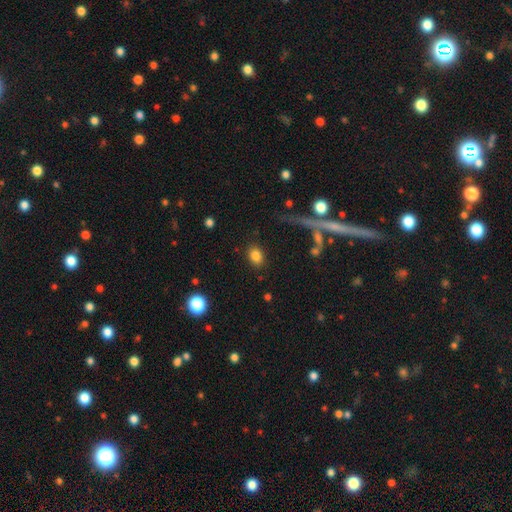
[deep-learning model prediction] This appears to be a smooth galaxy with no disk features (83%) that is in between round and cigar-shaped (62%). Merging: none (87%).